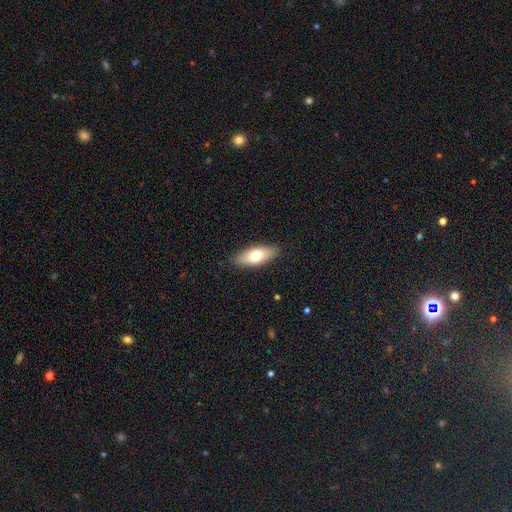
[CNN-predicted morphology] This appears to be a smooth galaxy with no disk features (70%) that is in between round and cigar-shaped (77%). Merging: none (88%).